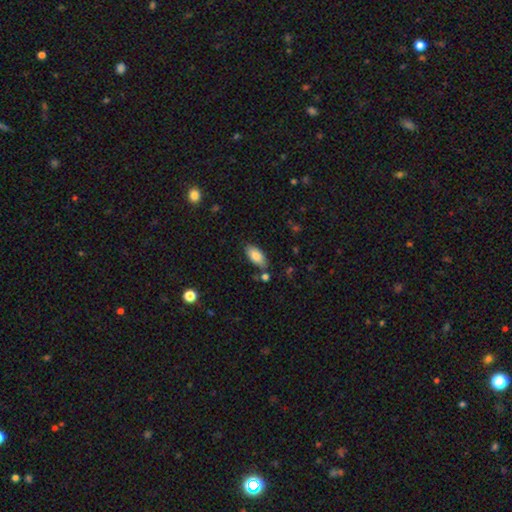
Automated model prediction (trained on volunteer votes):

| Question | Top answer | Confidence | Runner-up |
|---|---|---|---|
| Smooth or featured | smooth | 84% | featured or disk (9%) |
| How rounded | in between | 92% | cigar-shaped (6%) |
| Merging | none | 76% | minor disturbance (14%) |